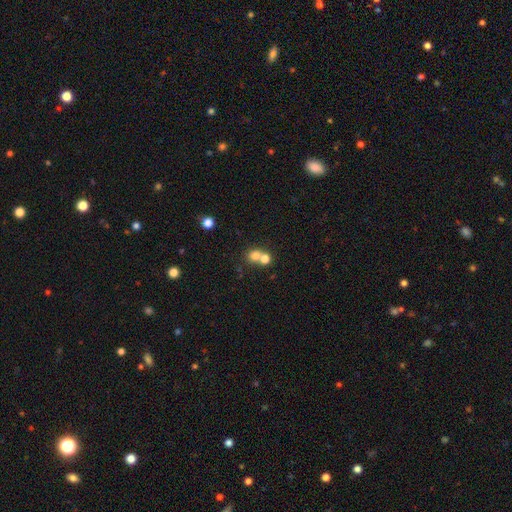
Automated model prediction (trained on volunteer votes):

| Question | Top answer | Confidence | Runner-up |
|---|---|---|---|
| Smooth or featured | smooth | 75% | featured or disk (13%) |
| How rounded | round | 77% | in between (22%) |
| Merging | merger | 59% | none (34%) |